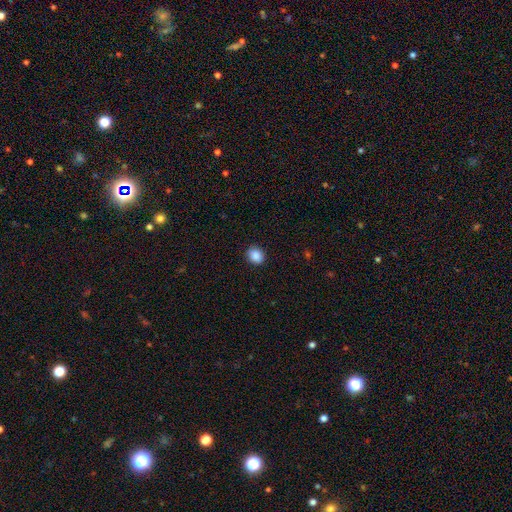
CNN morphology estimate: A smooth galaxy with no disk features (88%) that is round (68%).

Vote fractions:
- Smooth or featured? smooth: 88% / star or artifact: 9% / featured or disk: 4%
- How rounded? round: 68% / in between: 31% / cigar-shaped: 1%
- Merging? none: 91% / minor disturbance: 7% / major disturbance: 2% / merger: 1%